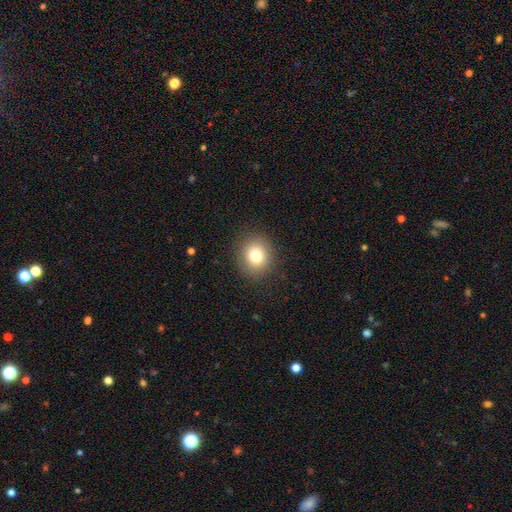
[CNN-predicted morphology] Smooth or featured? Predicted: smooth (p=0.79). How rounded? Predicted: round (p=0.81). Merging? Predicted: none (p=0.89).